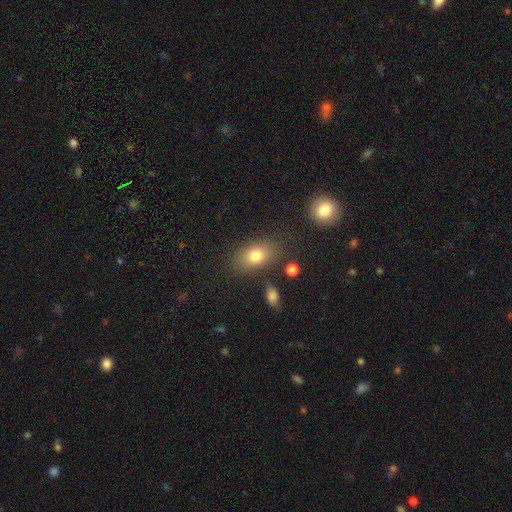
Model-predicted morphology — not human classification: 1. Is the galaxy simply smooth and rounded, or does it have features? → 79% smooth, 12% featured or disk, 9% star or artifact.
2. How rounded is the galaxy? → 85% in between, 13% round, 2% cigar-shaped.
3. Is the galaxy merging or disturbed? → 79% none, 13% minor disturbance, 5% major disturbance, 4% merger.